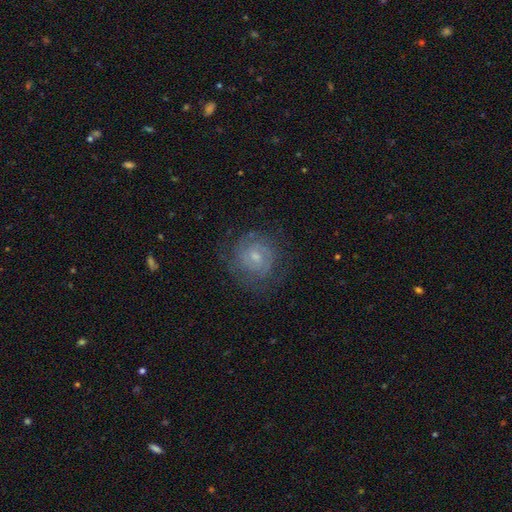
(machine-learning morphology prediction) Overall: featured or disk (71%). Edge-on disk: no (98%). Bar: no (54%; weak 40%). Spiral arms: yes (90%). Spiral arm count: 2 (46%; can't tell 33%). Spiral winding: tight (67%). Bulge size: small (59%; moderate 34%). Merging: none (76%).